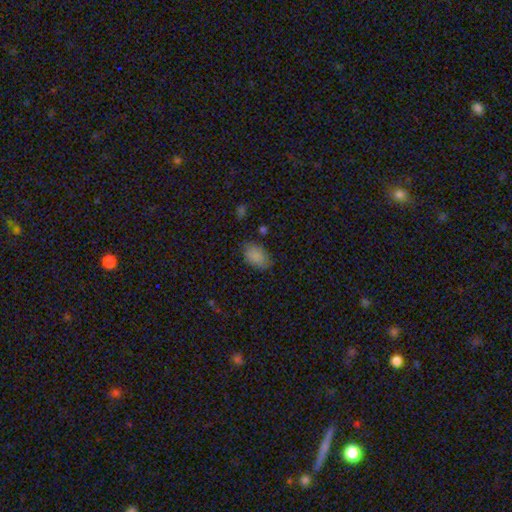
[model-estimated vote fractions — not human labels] Smooth or featured?
  - smooth: 86% *
  - star or artifact: 9%
  - featured or disk: 5%
How rounded?
  - in between: 89% *
  - round: 9%
  - cigar-shaped: 1%
Merging?
  - none: 77% *
  - minor disturbance: 17%
  - major disturbance: 4%
  - merger: 2%